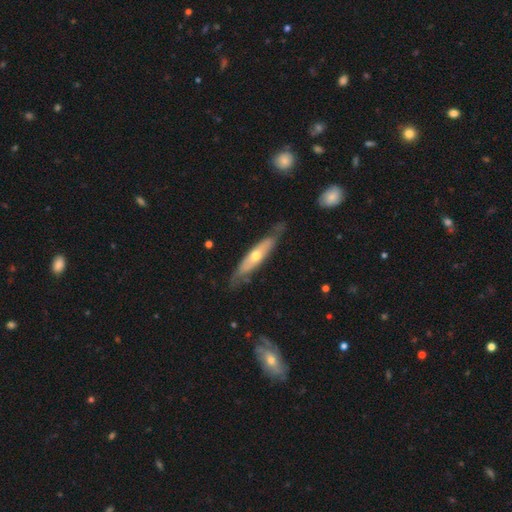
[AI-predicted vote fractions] This is possibly a featured or disk galaxy (59%). It is likely viewed edge-on (61%). Merging: likely none (70%).